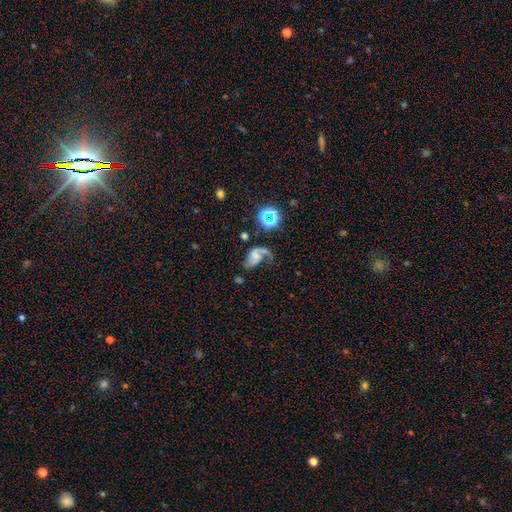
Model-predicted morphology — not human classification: Q: Smooth or featured?
A: featured or disk (66%); runner-up: smooth (21%)
Q: Edge-on disk?
A: no (97%); runner-up: yes (3%)
Q: Bar?
A: no (57%); runner-up: weak (32%)
Q: Spiral arms?
A: yes (90%); runner-up: no (10%)
Q: Spiral winding?
A: loose (53%); runner-up: medium (36%)
Q: Spiral arm count?
A: 2 (68%); runner-up: 1 (24%)
Q: Bulge size?
A: small (34%); tied with: none (34%)
Q: Merging?
A: none (35%); runner-up: major disturbance (34%)